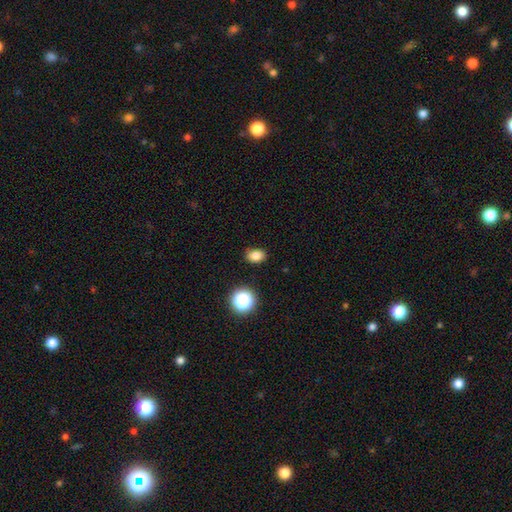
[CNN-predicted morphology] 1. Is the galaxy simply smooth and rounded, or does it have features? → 82% smooth, 13% star or artifact, 5% featured or disk.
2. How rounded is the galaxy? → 73% in between, 26% round, 1% cigar-shaped.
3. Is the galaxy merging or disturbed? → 86% none, 10% minor disturbance, 2% major disturbance, 2% merger.